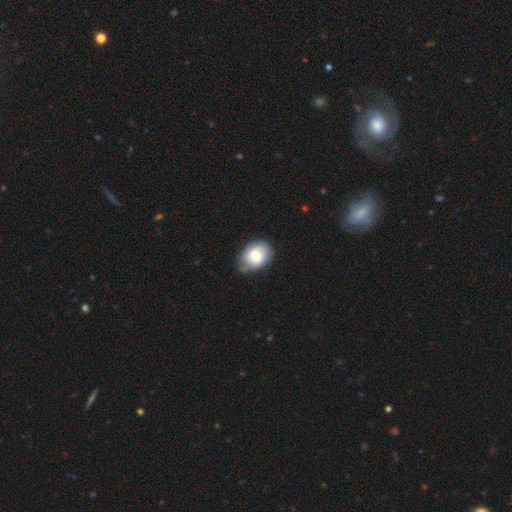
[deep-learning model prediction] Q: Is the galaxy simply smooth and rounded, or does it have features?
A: smooth — 71%.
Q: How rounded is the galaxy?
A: in between — 62%.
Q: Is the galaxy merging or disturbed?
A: none — 62%.